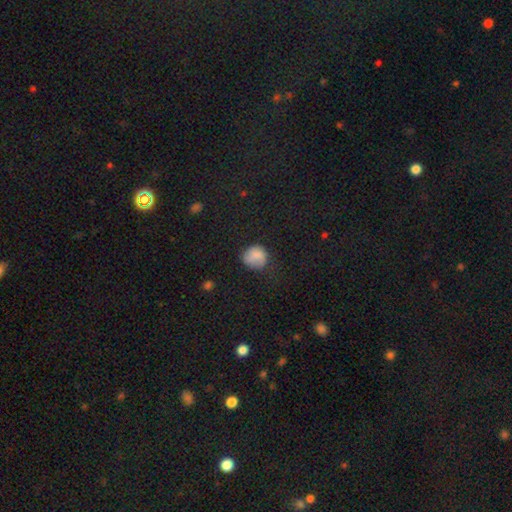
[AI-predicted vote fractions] Smooth or featured? smooth (80%)
How rounded? round (79%)
Merging? none (59%)